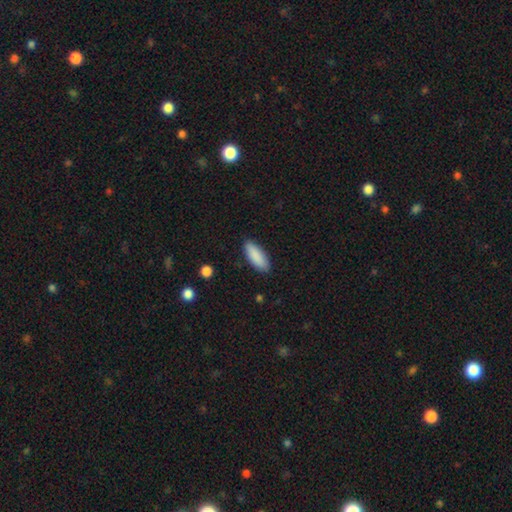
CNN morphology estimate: smooth-or-featured: smooth: 89% | star or artifact: 6% | featured or disk: 5%
  how-rounded: in between: 70% | cigar-shaped: 29% | round: 2%
  merging: none: 88% | minor disturbance: 9% | major disturbance: 2% | merger: 1%